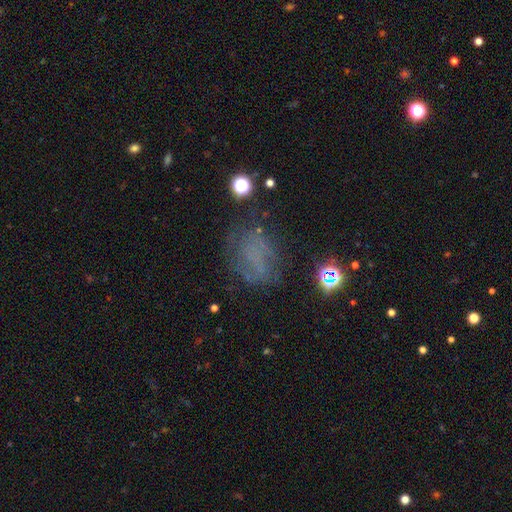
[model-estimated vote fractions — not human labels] Smooth or featured: smooth — 39% (featured or disk — 32%)
Merging: none — 56% (minor disturbance — 20%)